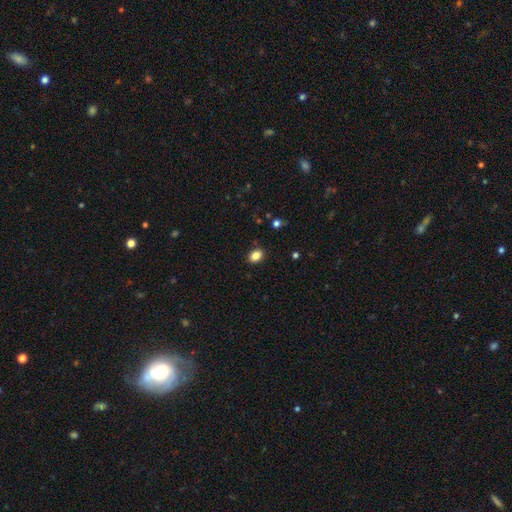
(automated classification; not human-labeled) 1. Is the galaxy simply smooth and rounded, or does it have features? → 85% smooth, 10% star or artifact, 5% featured or disk.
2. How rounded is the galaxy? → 70% in between, 29% round, 1% cigar-shaped.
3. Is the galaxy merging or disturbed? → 88% none, 8% minor disturbance, 2% major disturbance, 1% merger.